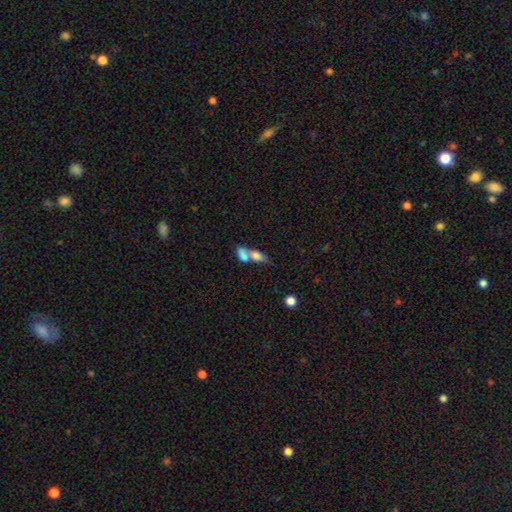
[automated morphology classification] smooth 71%, featured or disk 21%, star or artifact 9%. Down the decision tree: how rounded — in between (74%); merging — merger (71%).